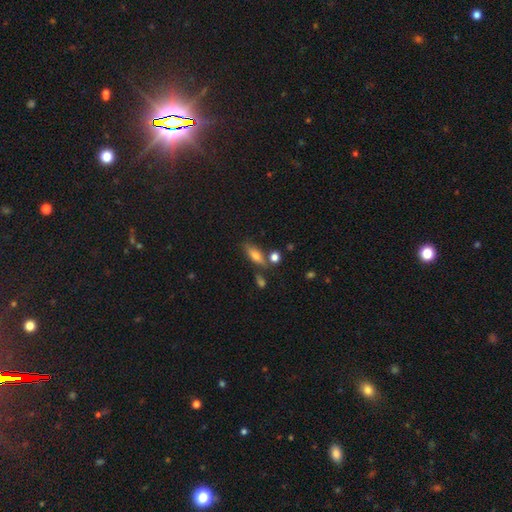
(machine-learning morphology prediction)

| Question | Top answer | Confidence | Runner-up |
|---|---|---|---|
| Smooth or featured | smooth | 69% | featured or disk (22%) |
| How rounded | in between | 58% | cigar-shaped (37%) |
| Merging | none | 65% | minor disturbance (16%) |